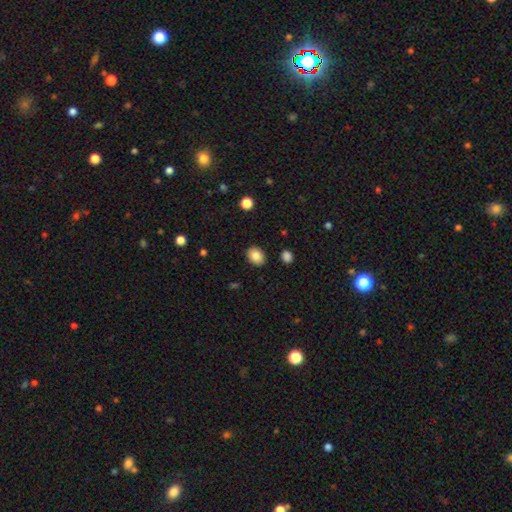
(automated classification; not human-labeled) This appears to be a smooth galaxy with no disk features (85%) that is in between round and cigar-shaped (58%). Merging: none (87%).